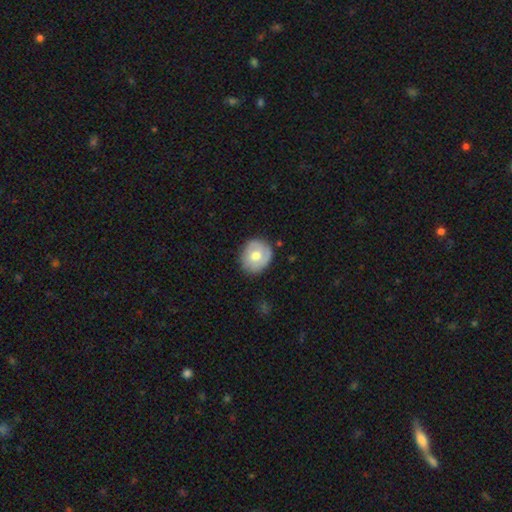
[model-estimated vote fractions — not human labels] This appears to be a smooth galaxy with no disk features (63%) that is round (77%). Merging: none (79%).